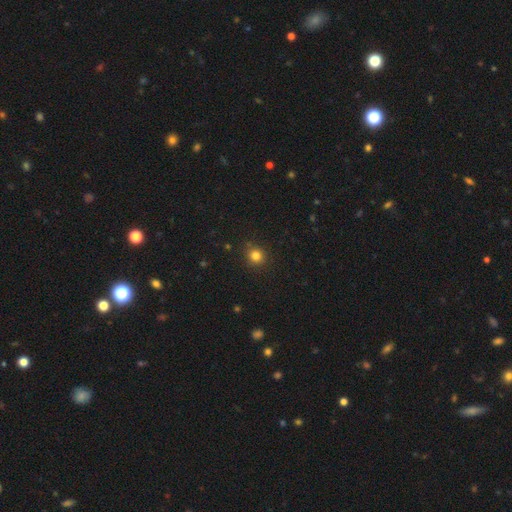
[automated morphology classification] A smooth galaxy with no disk features (82%) that is round (88%). Merging: none (87%).